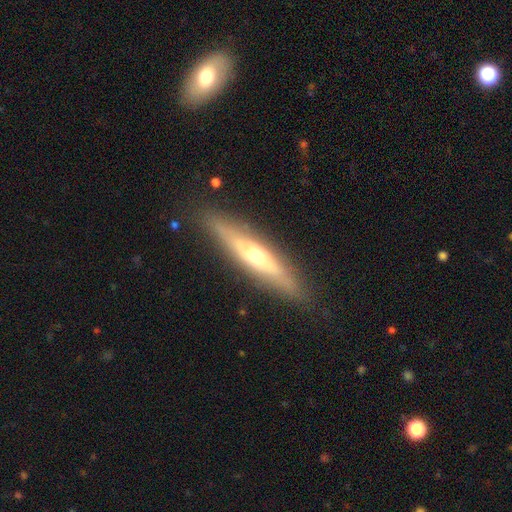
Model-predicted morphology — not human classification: Smooth or featured?
  - featured or disk: 63% *
  - smooth: 31%
  - star or artifact: 6%
Edge-on disk?
  - yes: 79% *
  - no: 21%
Merging?
  - none: 85% *
  - minor disturbance: 10%
  - major disturbance: 3%
  - merger: 1%